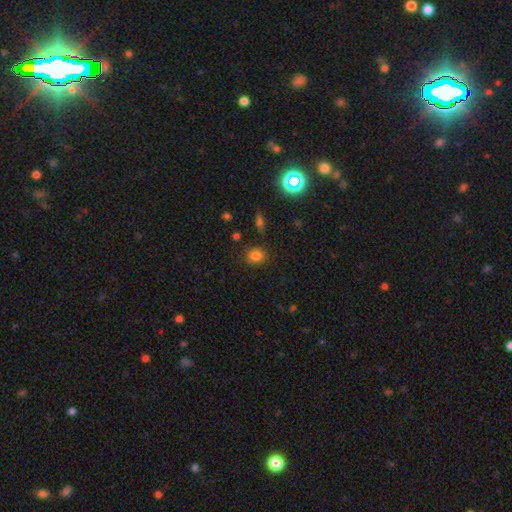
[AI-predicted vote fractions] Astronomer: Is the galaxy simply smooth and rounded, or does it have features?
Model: smooth — 81%.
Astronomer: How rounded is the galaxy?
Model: round — 60% (runner-up: in between, 39%).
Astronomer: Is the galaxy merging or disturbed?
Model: none — 83%.